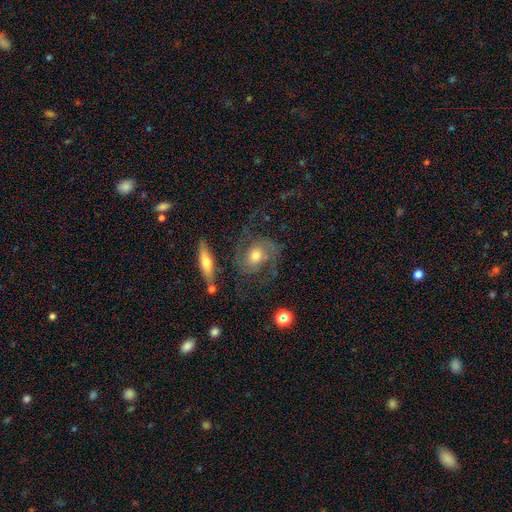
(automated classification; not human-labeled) featured or disk 84%, smooth 9%, star or artifact 7%. Down the decision tree: edge-on disk — no (96%); bar — no (65%); spiral arms — yes (96%); spiral arm count — 2 (82%); spiral winding — medium (53%); bulge size — moderate (66%); merging — none (65%).